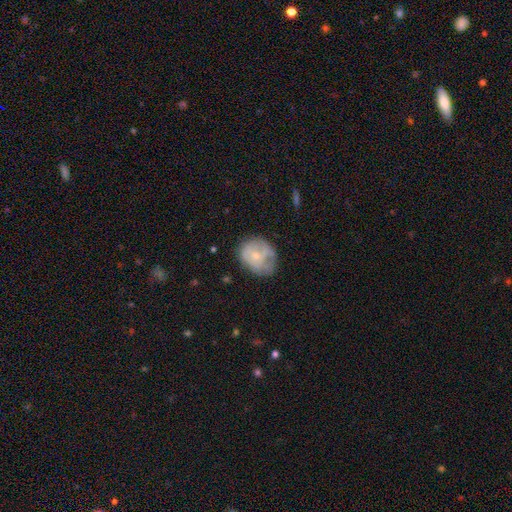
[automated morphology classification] Smooth or featured: smooth — 46% (tied with featured or disk — 46%)
Merging: none — 52% (minor disturbance — 29%)